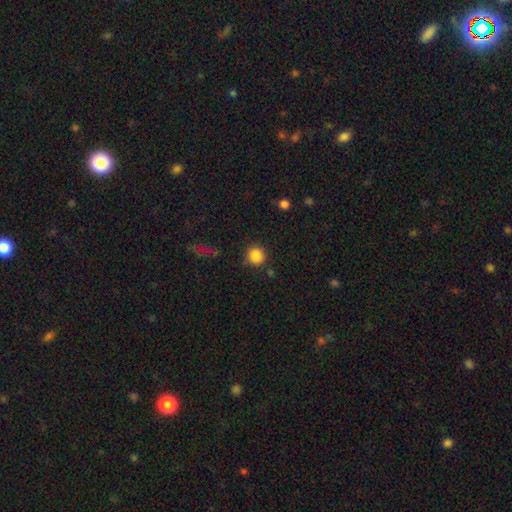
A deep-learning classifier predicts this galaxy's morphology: This is clearly a smooth galaxy (87%). How rounded: clearly round (87%). Merging: likely none (79%).